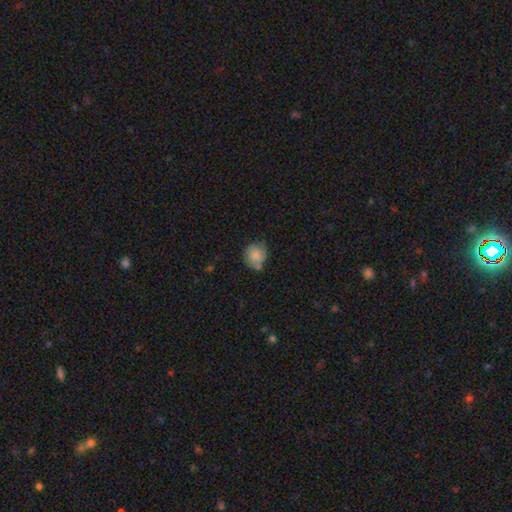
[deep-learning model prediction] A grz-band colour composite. It shows a smooth galaxy with no disk features (81%) that is round (75%). Merging: none (57%).